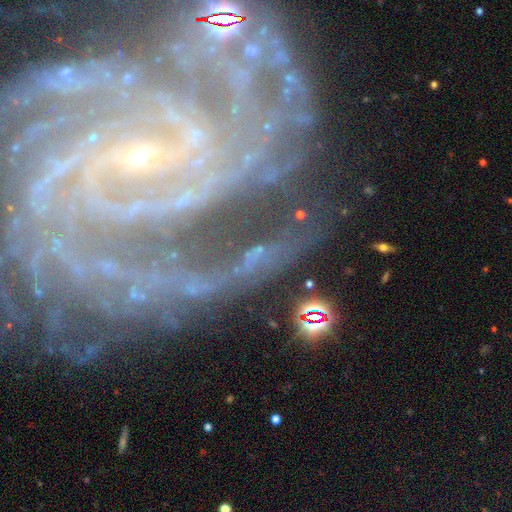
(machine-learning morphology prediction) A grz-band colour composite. It shows a featured or disk galaxy (47%). Merging: none (60%).